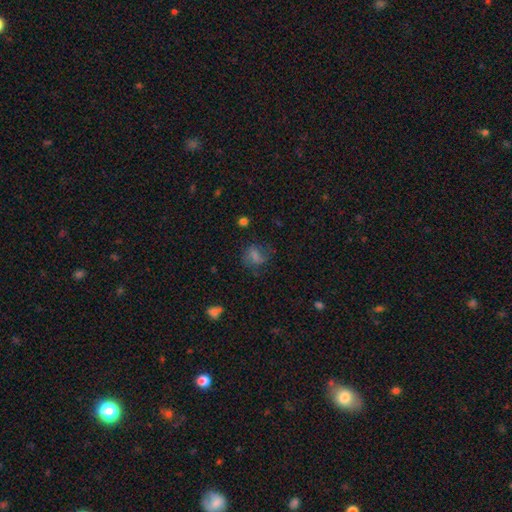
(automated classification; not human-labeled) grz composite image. It shows a smooth galaxy with no disk features (53%) that is in between round and cigar-shaped (52%). Merging: none (61%).